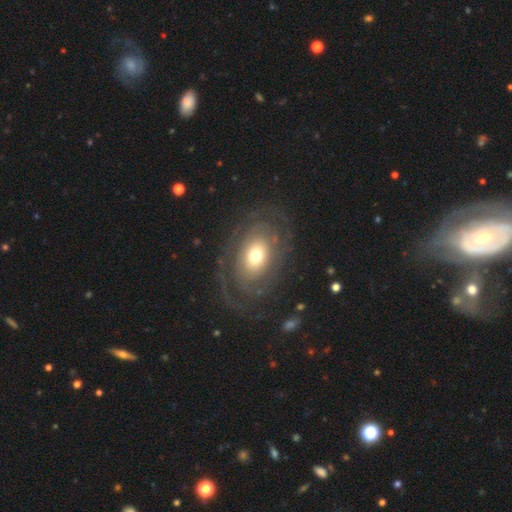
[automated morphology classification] A featured or disk galaxy (72%) with no bar (84%), spiral arms (71%) and a moderate central bulge (61%).

Vote fractions:
- Smooth or featured? featured or disk: 72% / smooth: 22% / star or artifact: 6%
- Edge-on disk? no: 95% / yes: 5%
- Bar? no: 84% / weak: 11% / strong: 5%
- Spiral arms? yes: 71% / no: 29%
- Bulge size? moderate: 61% / small: 19% / large: 16% / dominant: 3% / none: 1%
- Merging? none: 73% / minor disturbance: 14% / major disturbance: 12% / merger: 2%